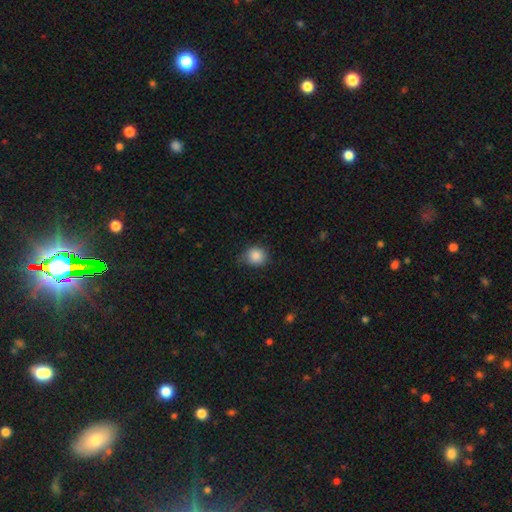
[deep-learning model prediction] The model was most divided on "merging": none: 69%, minor disturbance: 25%, major disturbance: 5%, merger: 1%. More confident: smooth or featured — smooth (86%); how rounded — round (83%).